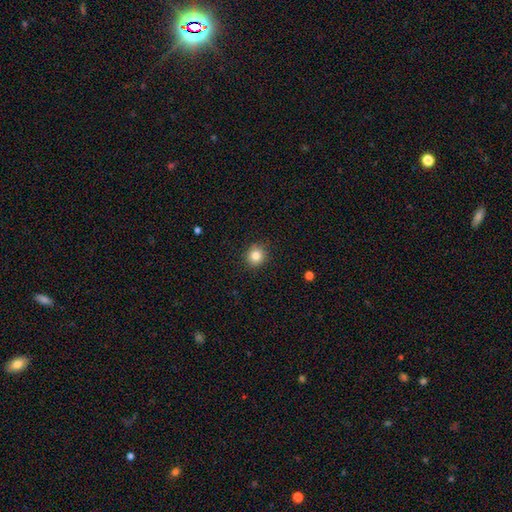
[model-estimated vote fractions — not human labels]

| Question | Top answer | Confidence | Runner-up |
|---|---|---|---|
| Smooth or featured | smooth | 84% | star or artifact (10%) |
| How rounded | round | 89% | in between (10%) |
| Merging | none | 89% | minor disturbance (8%) |